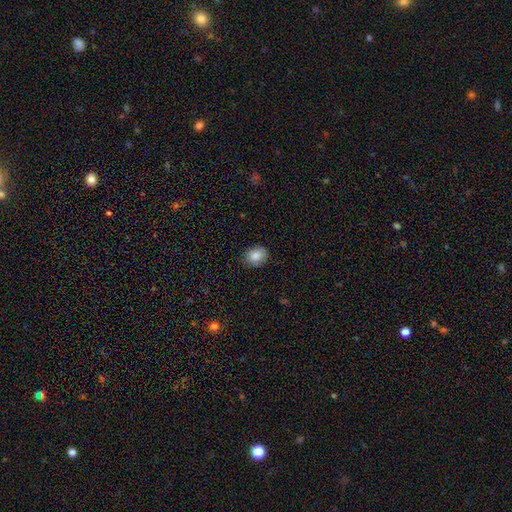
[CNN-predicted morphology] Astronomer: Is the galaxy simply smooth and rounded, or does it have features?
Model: smooth — 86%.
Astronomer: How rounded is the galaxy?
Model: in between — 53% (runner-up: round, 46%).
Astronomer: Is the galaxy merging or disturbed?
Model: none — 87%.